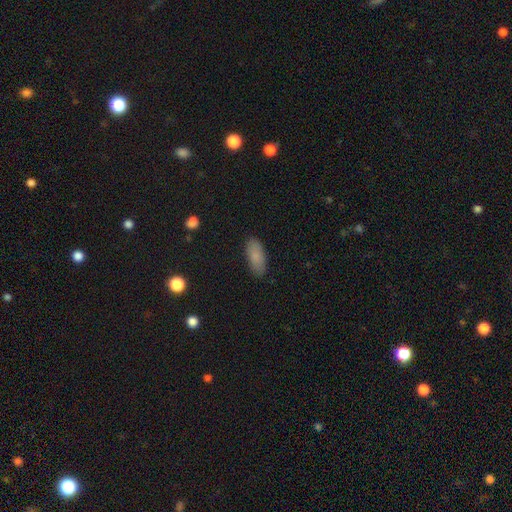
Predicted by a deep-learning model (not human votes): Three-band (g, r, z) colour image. It shows a smooth galaxy with no disk features (84%) that is in between round and cigar-shaped (85%). Merging: none (85%).